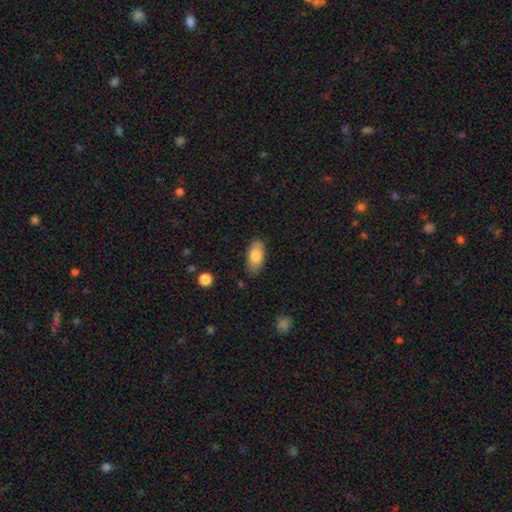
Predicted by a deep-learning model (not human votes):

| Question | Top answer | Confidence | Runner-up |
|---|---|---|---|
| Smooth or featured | smooth | 81% | featured or disk (12%) |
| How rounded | in between | 90% | cigar-shaped (7%) |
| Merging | none | 83% | minor disturbance (13%) |